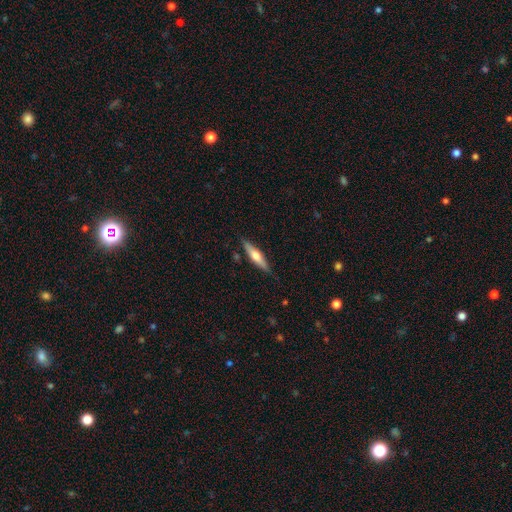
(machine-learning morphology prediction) Overall: featured or disk (49%; smooth 45%). Merging: none (84%).